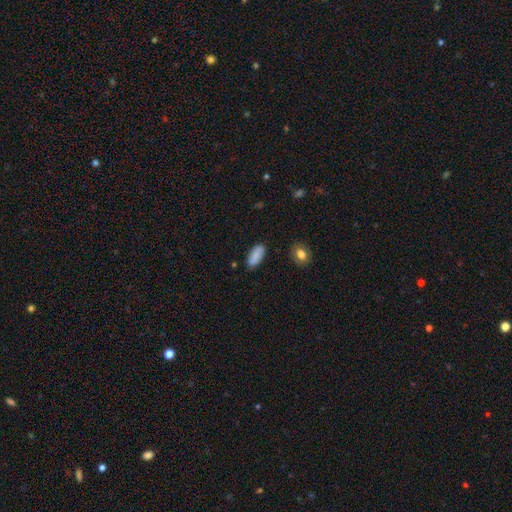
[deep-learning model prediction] smooth 84%, featured or disk 9%, star or artifact 7%. Down the decision tree: how rounded — in between (88%); merging — none (82%).